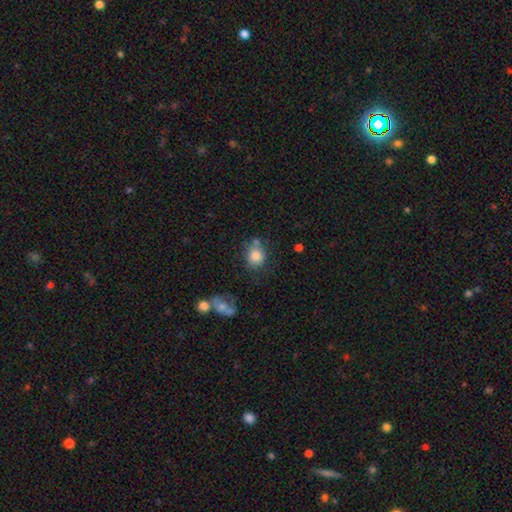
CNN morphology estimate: Smooth or featured: smooth — 82% (star or artifact — 10%)
How rounded: round — 73% (in between — 26%)
Merging: none — 64% (minor disturbance — 18%)